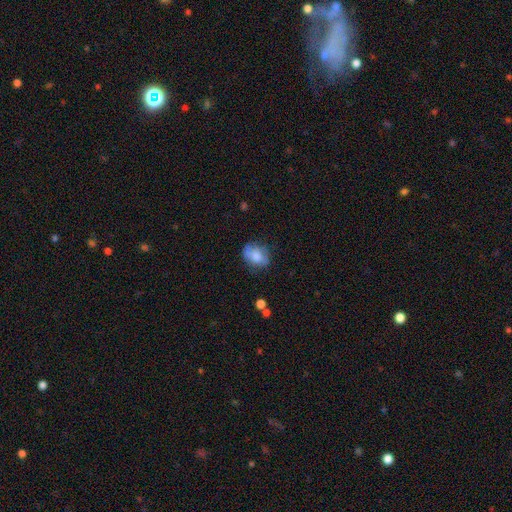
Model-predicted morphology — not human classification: Smooth or featured: smooth — 65% (featured or disk — 26%)
How rounded: in between — 58% (round — 41%)
Merging: none — 57% (minor disturbance — 28%)